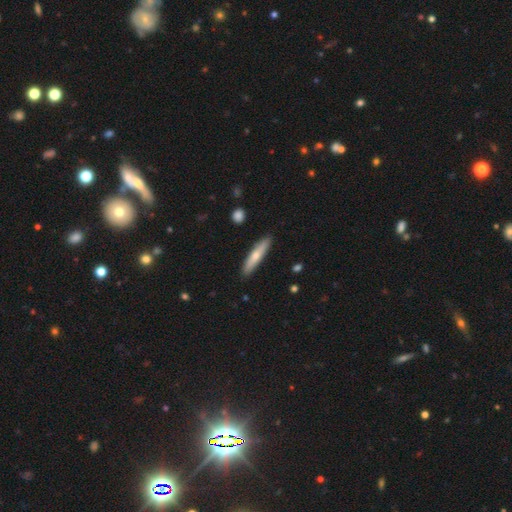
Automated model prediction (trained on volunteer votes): smooth 62%, featured or disk 32%, star or artifact 6%. Down the decision tree: how rounded — cigar-shaped (86%); merging — none (89%).